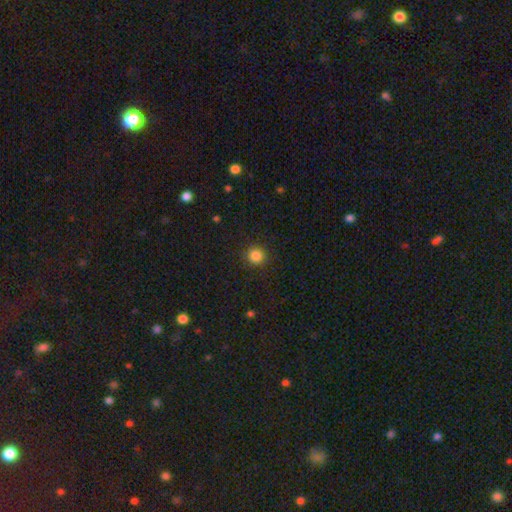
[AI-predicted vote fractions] Smooth or featured?
  - smooth: 84% *
  - star or artifact: 12%
  - featured or disk: 4%
How rounded?
  - round: 94% *
  - in between: 5%
  - cigar-shaped: 1%
Merging?
  - none: 91% *
  - minor disturbance: 6%
  - major disturbance: 2%
  - merger: 1%